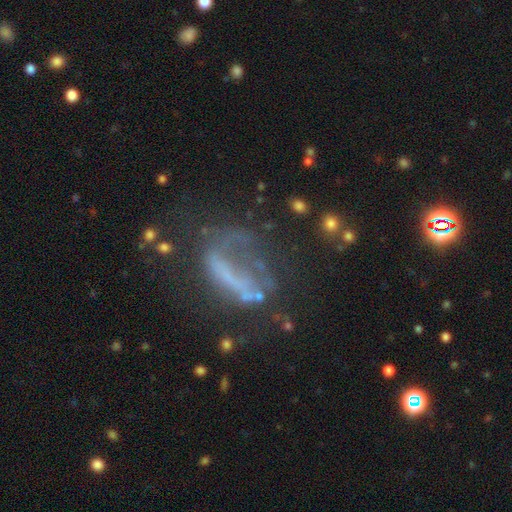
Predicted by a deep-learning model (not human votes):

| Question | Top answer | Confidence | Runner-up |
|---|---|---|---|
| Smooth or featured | featured or disk | 52% | smooth (25%) |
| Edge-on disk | no | 81% | yes (19%) |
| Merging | none | 39% | major disturbance (34%) |